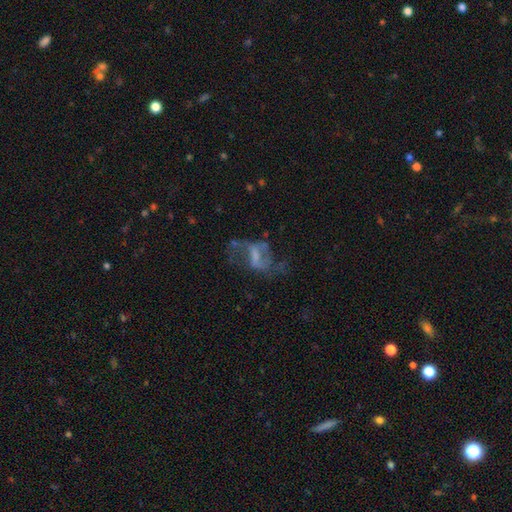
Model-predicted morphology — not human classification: Smooth or featured? featured or disk (67%)
Edge-on disk? no (95%)
Bar? weak (43%)
Spiral arms? yes (67%)
Bulge size? none (42%)
Merging? none (43%)